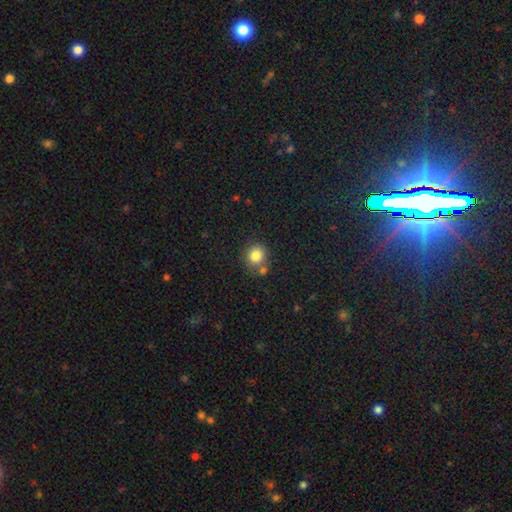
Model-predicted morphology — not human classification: This appears to be a smooth galaxy with no disk features (83%) that is round (78%). Merging: none (63%).